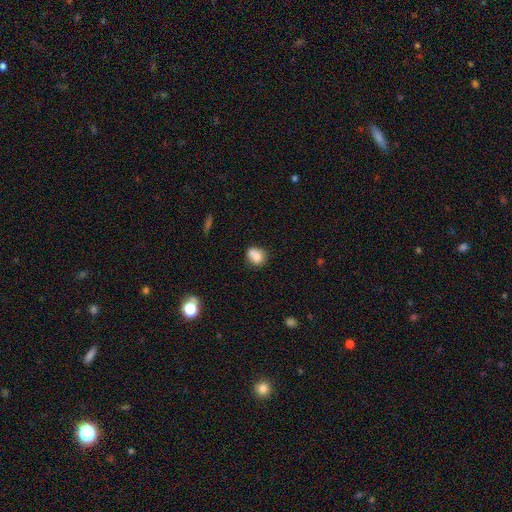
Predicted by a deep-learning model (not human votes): Morphology: type=smooth (75%); roundness=round (68%); merging=none (41%).